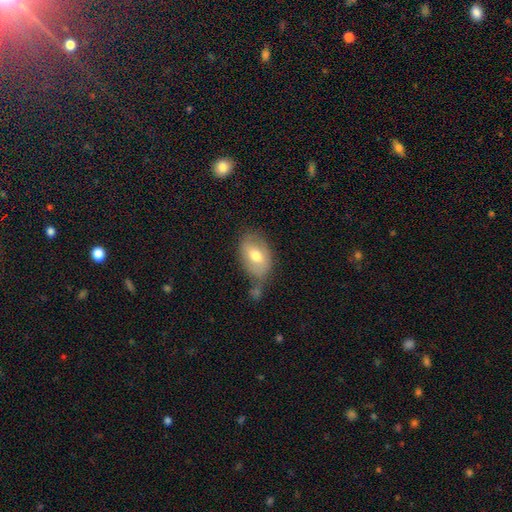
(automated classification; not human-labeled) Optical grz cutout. It shows a smooth galaxy with no disk features (64%) that is in between round and cigar-shaped (85%). Merging: none (58%).